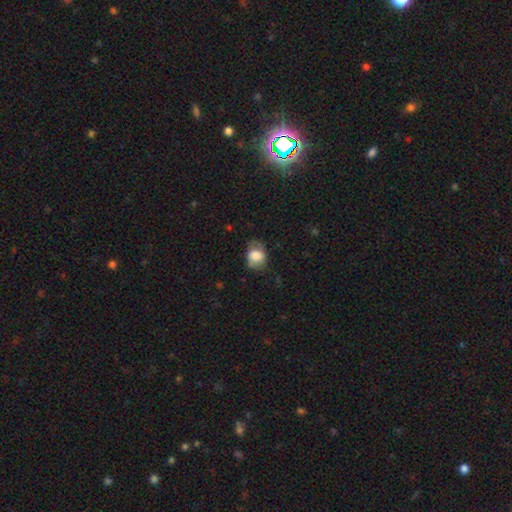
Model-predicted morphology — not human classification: Smooth or featured: smooth — 72% (featured or disk — 20%)
How rounded: in between — 61% (round — 38%)
Merging: none — 59% (minor disturbance — 27%)